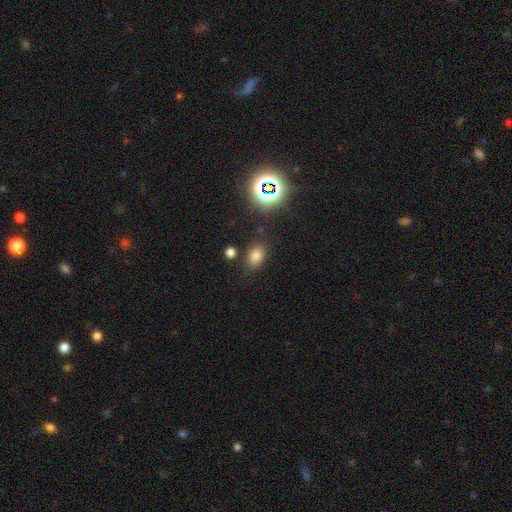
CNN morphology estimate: type=smooth (73%); roundness=in between (76%); merging=none (80%).